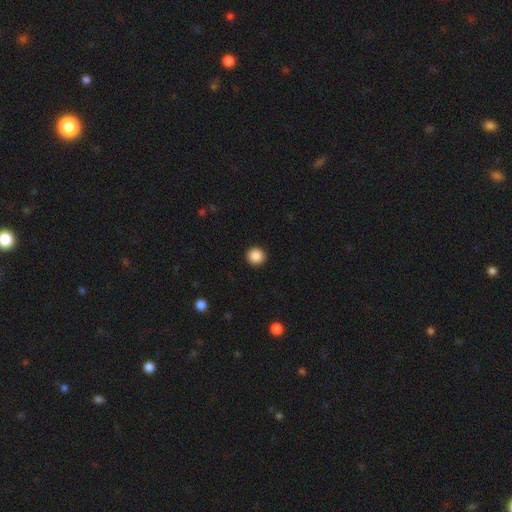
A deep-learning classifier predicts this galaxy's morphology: smooth-or-featured: smooth: 88% | star or artifact: 9% | featured or disk: 3%
  how-rounded: round: 93% | in between: 6% | cigar-shaped: 1%
  merging: none: 93% | minor disturbance: 4% | major disturbance: 2% | merger: 1%